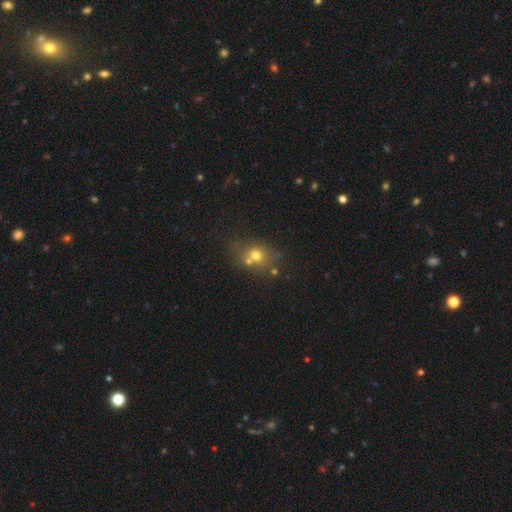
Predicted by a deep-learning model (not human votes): Smooth or featured? smooth (60%)
How rounded? round (69%)
Merging? none (56%)